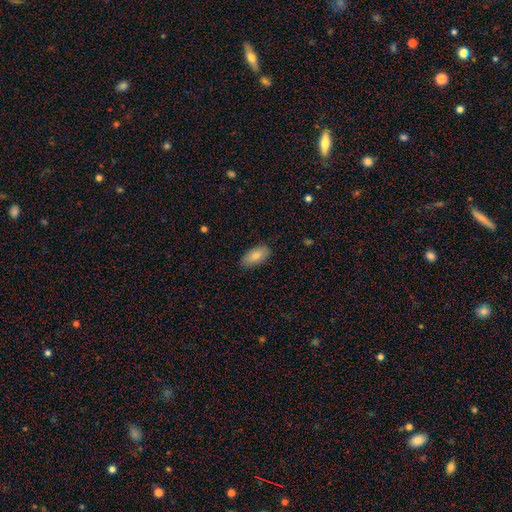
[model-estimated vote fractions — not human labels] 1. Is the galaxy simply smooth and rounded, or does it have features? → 82% smooth, 12% featured or disk, 7% star or artifact.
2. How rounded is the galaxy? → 91% in between, 7% cigar-shaped, 3% round.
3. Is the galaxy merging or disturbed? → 85% none, 12% minor disturbance, 2% major disturbance, 1% merger.